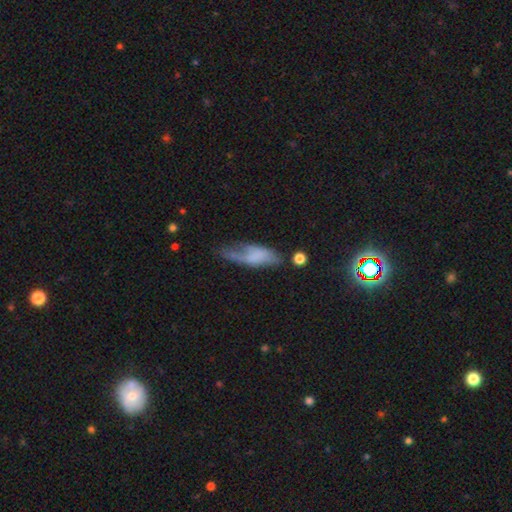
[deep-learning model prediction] Morphology: type=smooth (52%); roundness=in between (63%); merging=none (35%).